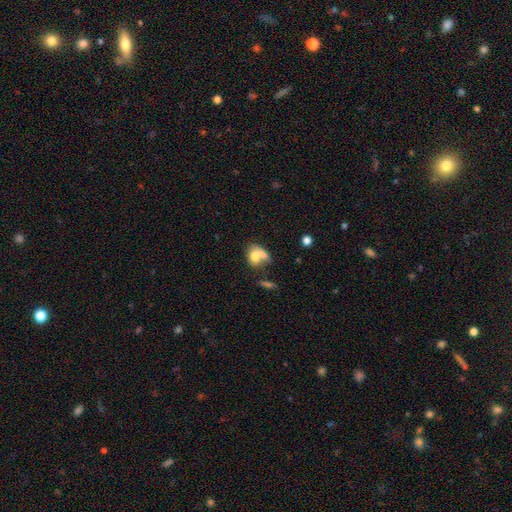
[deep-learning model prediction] The model was most divided on "merging": merger: 46%, none: 29%, minor disturbance: 13%, major disturbance: 12%. More confident: smooth or featured — smooth (71%); how rounded — in between (58%).